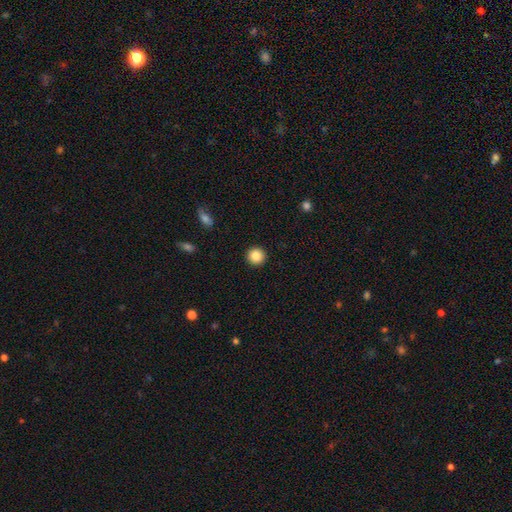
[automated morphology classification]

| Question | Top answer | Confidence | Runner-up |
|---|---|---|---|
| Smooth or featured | smooth | 86% | star or artifact (9%) |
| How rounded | round | 95% | in between (4%) |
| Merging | none | 93% | minor disturbance (4%) |